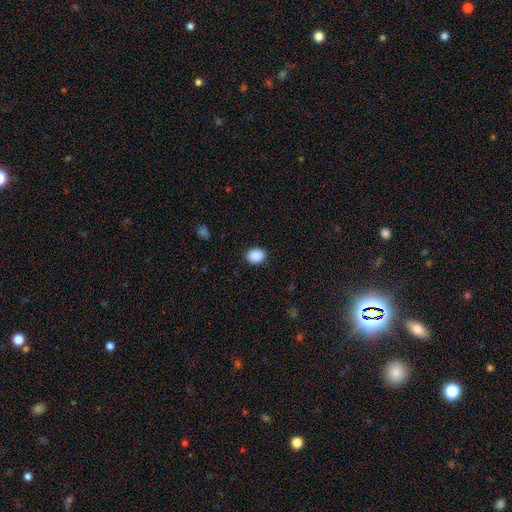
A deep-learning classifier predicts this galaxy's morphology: Smooth or featured? smooth (90%)
How rounded? in between (61%)
Merging? none (89%)